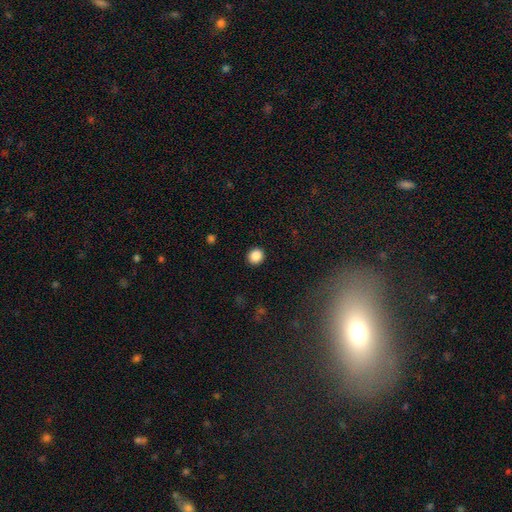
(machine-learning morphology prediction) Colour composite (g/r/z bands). It shows a smooth galaxy with no disk features (87%) that is round (86%). Merging: none (92%).